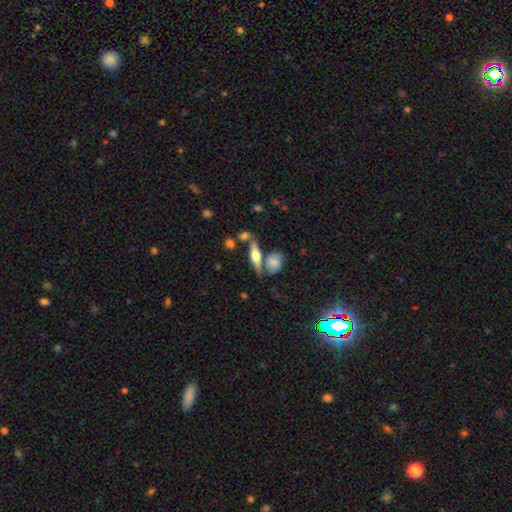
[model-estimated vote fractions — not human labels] Smooth or featured? featured or disk (58%)
Edge-on disk? yes (92%)
Edge-on bulge? rounded (93%)
Merging? none (67%)